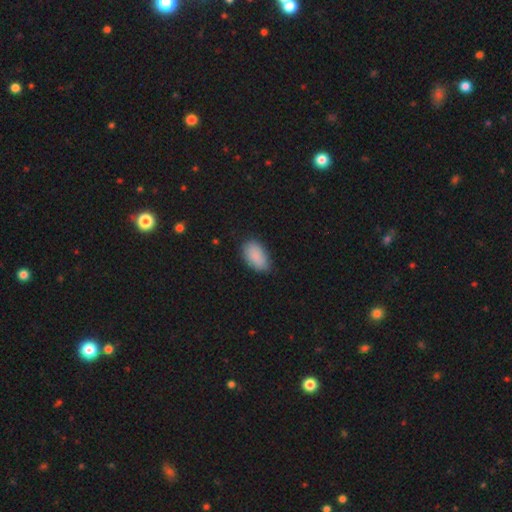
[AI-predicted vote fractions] Smooth or featured: smooth — 88% (star or artifact — 7%)
How rounded: in between — 94% (round — 4%)
Merging: none — 77% (minor disturbance — 18%)